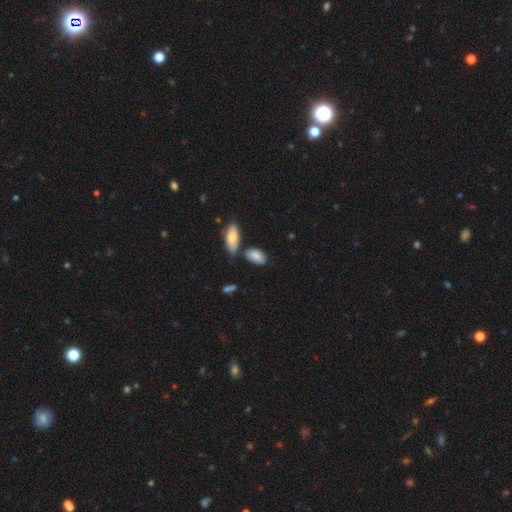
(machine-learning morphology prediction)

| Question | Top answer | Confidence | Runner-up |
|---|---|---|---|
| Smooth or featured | smooth | 81% | featured or disk (12%) |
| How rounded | in between | 92% | round (4%) |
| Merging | none | 62% | minor disturbance (19%) |